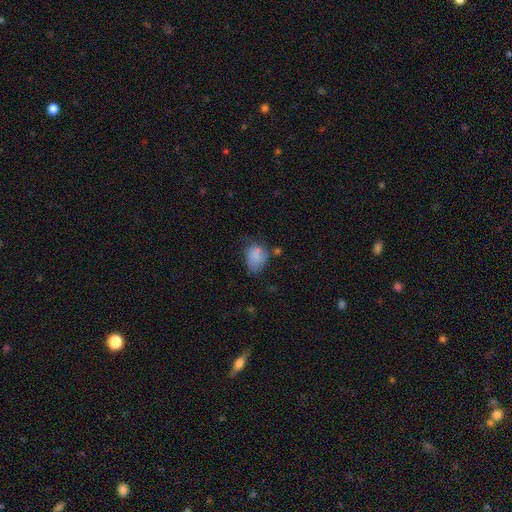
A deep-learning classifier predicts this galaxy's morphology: Smooth or featured? smooth (75%)
How rounded? in between (63%)
Merging? none (36%)